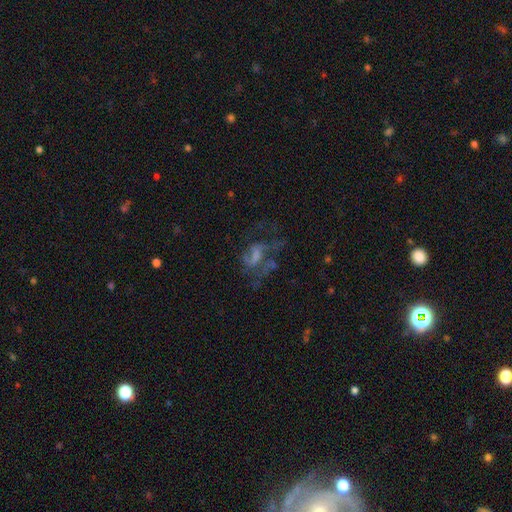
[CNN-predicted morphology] Q: Smooth or featured?
A: featured or disk (60%); runner-up: star or artifact (21%)
Q: Edge-on disk?
A: no (96%); runner-up: yes (4%)
Q: Bar?
A: no (54%); runner-up: weak (35%)
Q: Spiral arms?
A: yes (57%); runner-up: no (43%)
Q: Bulge size?
A: none (36%); runner-up: small (30%)
Q: Merging?
A: major disturbance (40%); runner-up: none (39%)